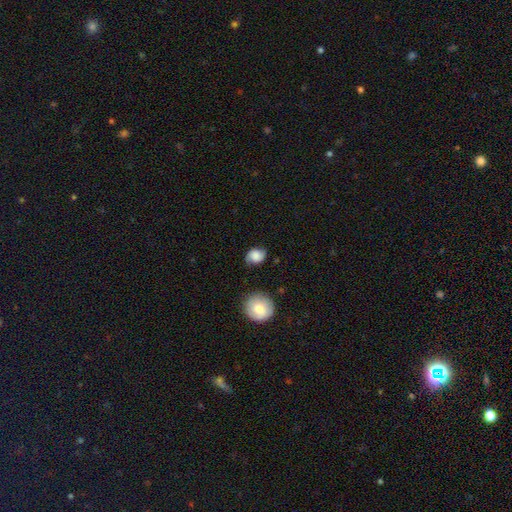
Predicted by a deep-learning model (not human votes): This appears to be a smooth galaxy with no disk features (69%) that is round (52%). Merging: none (68%).